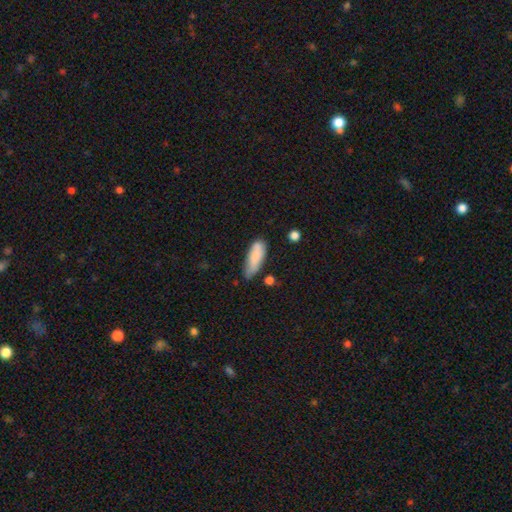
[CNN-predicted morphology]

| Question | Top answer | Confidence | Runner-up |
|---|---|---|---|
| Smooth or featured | smooth | 83% | featured or disk (10%) |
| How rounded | in between | 63% | cigar-shaped (35%) |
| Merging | none | 54% | minor disturbance (34%) |